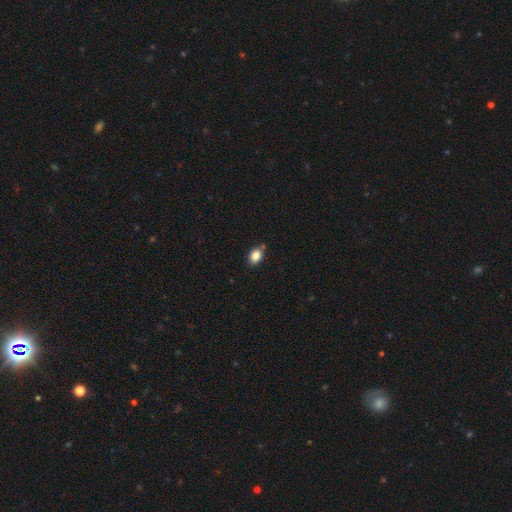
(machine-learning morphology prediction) smooth 85%, star or artifact 9%, featured or disk 6%. Down the decision tree: how rounded — in between (73%); merging — none (75%).